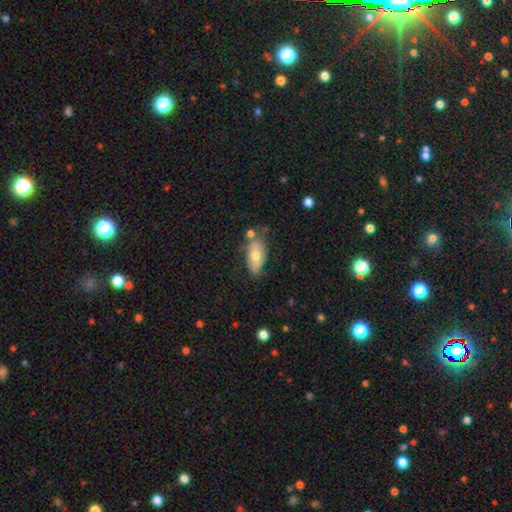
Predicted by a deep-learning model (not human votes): Q: Smooth or featured?
A: smooth (66%); runner-up: featured or disk (27%)
Q: How rounded?
A: in between (89%); runner-up: cigar-shaped (8%)
Q: Merging?
A: none (61%); runner-up: minor disturbance (23%)